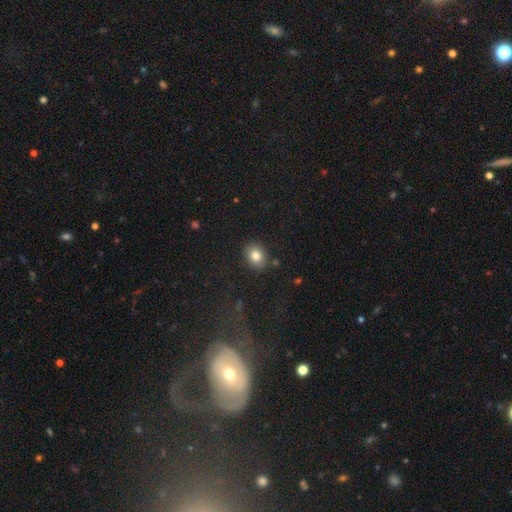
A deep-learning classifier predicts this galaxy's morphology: Q: Smooth or featured?
A: smooth (81%); runner-up: star or artifact (11%)
Q: How rounded?
A: round (52%); runner-up: in between (47%)
Q: Merging?
A: none (85%); runner-up: minor disturbance (10%)